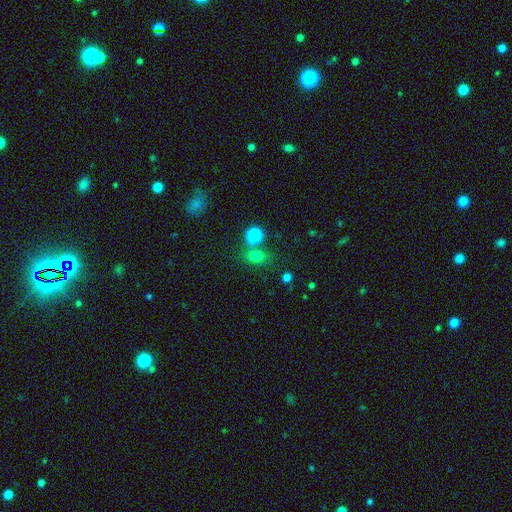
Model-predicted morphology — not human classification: smooth 76%, star or artifact 16%, featured or disk 7%. Down the decision tree: how rounded — in between (49%, tied with round); merging — none (64%).